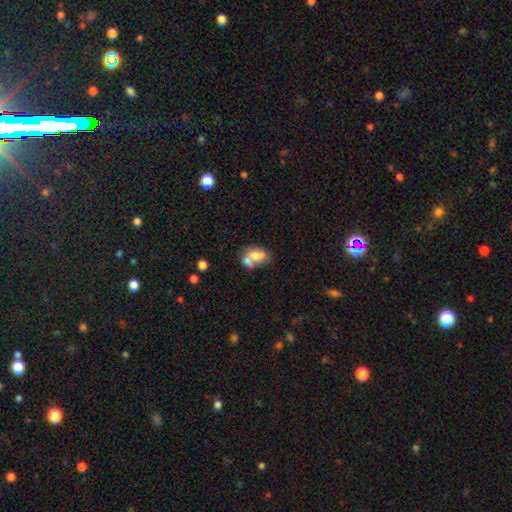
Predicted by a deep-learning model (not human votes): Morphology: type=smooth (66%); roundness=in between (80%); merging=merger (61%).